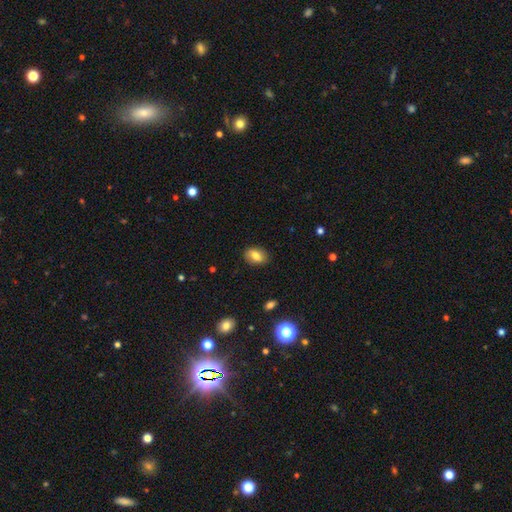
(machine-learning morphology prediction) Smooth or featured? smooth (77%)
How rounded? in between (81%)
Merging? none (86%)